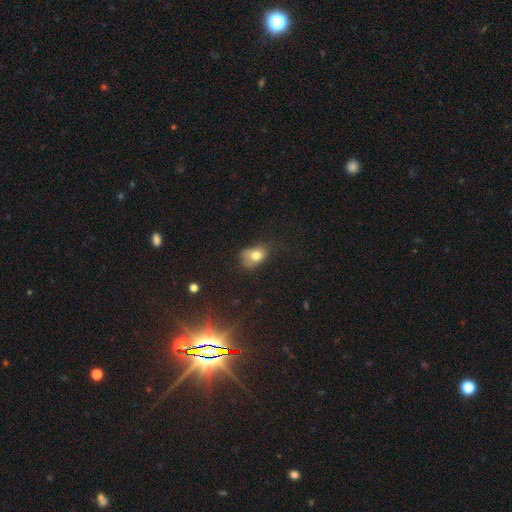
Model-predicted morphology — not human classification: This is likely a smooth galaxy (73%). How rounded: likely in between (70%). Merging: marginally minor disturbance (37%).